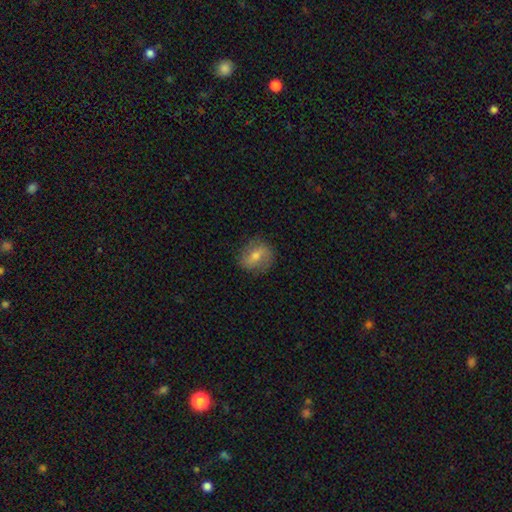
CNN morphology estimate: smooth-or-featured: featured or disk: 47% | smooth: 43% | star or artifact: 10%
  merging: none: 81% | minor disturbance: 14% | major disturbance: 4% | merger: 1%